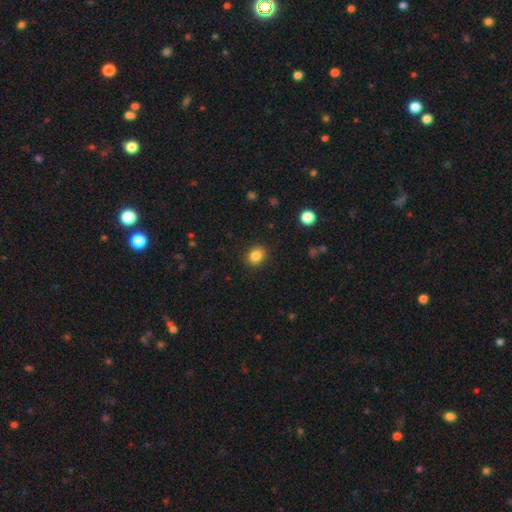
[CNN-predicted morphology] A smooth galaxy with no disk features (85%) that is round (61%).

Vote fractions:
- Smooth or featured? smooth: 85% / star or artifact: 10% / featured or disk: 5%
- How rounded? round: 61% / in between: 38% / cigar-shaped: 1%
- Merging? none: 90% / minor disturbance: 7% / major disturbance: 2% / merger: 1%